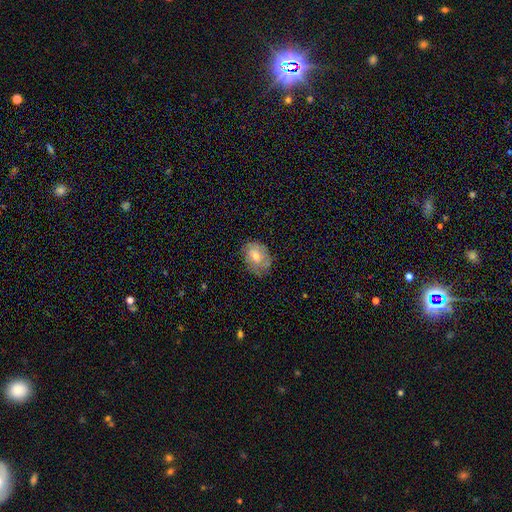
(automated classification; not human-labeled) smooth 56%, featured or disk 35%, star or artifact 9%. Down the decision tree: how rounded — in between (67%); merging — none (68%).